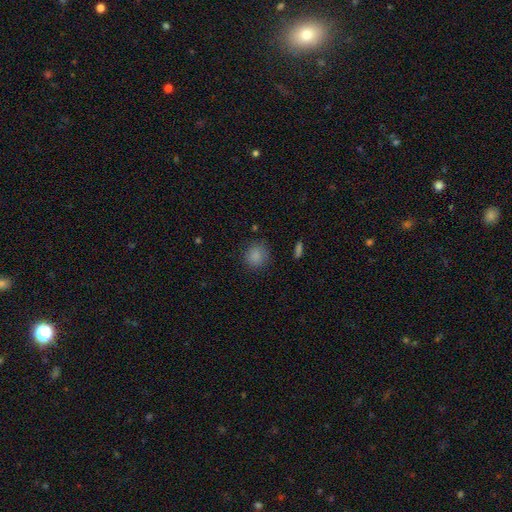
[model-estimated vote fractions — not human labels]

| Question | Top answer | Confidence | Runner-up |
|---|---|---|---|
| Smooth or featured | smooth | 85% | star or artifact (10%) |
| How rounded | round | 87% | in between (12%) |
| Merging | none | 84% | minor disturbance (11%) |